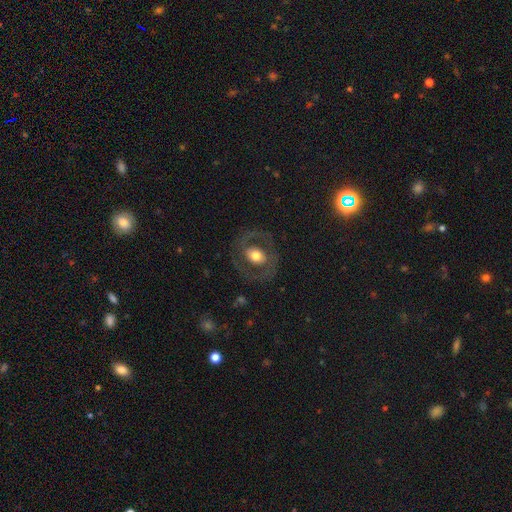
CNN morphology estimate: This appears to be a featured or disk galaxy (57%) with no bar (66%), no spiral arms (61%) and a moderate central bulge (56%). Merging: none (77%).